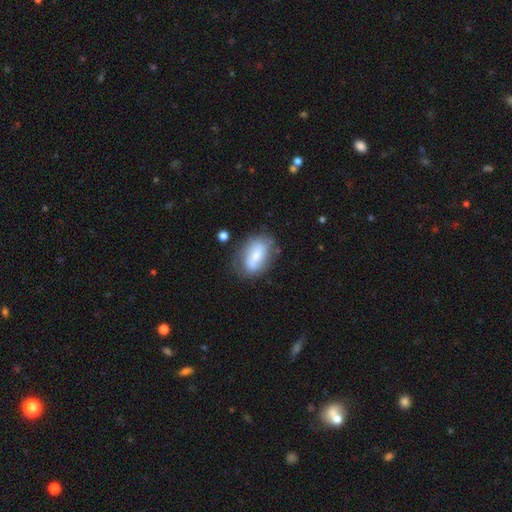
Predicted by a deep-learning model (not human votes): A smooth galaxy with no disk features (60%) that is in between round and cigar-shaped (86%). Merging: none (64%).